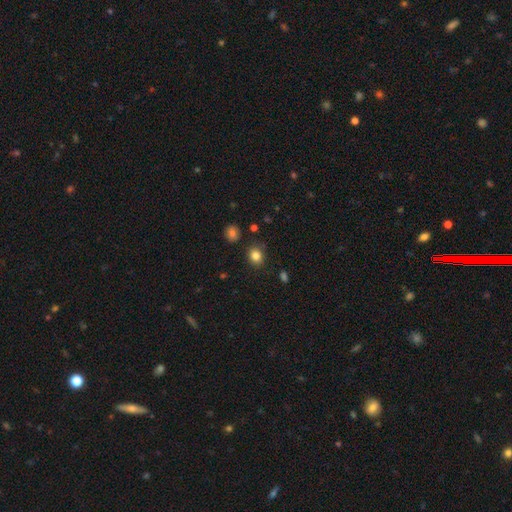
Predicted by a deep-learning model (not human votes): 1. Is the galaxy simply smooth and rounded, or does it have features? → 84% smooth, 11% star or artifact, 5% featured or disk.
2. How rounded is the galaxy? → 69% round, 30% in between, 1% cigar-shaped.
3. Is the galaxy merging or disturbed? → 85% none, 10% minor disturbance, 3% merger, 3% major disturbance.